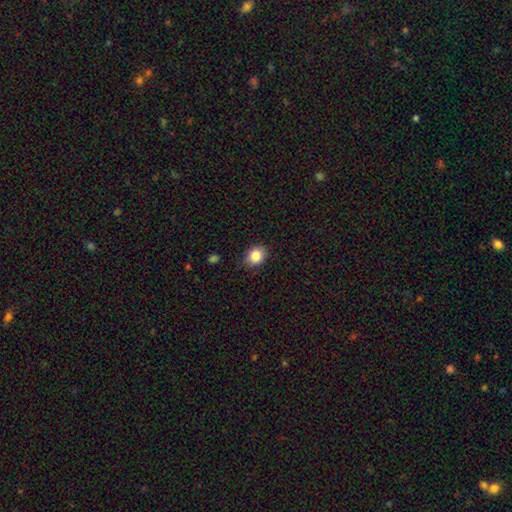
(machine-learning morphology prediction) Smooth or featured? smooth (85%)
How rounded? round (53%)
Merging? none (85%)